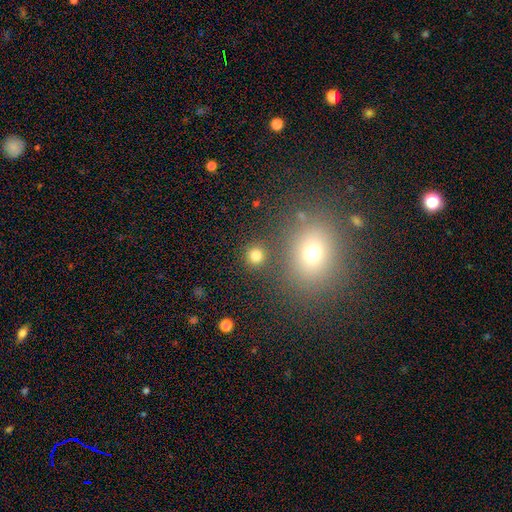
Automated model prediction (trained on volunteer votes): smooth-or-featured: smooth: 79% | star or artifact: 15% | featured or disk: 6%
  how-rounded: round: 90% | in between: 9% | cigar-shaped: 1%
  merging: none: 83% | merger: 7% | minor disturbance: 6% | major disturbance: 3%